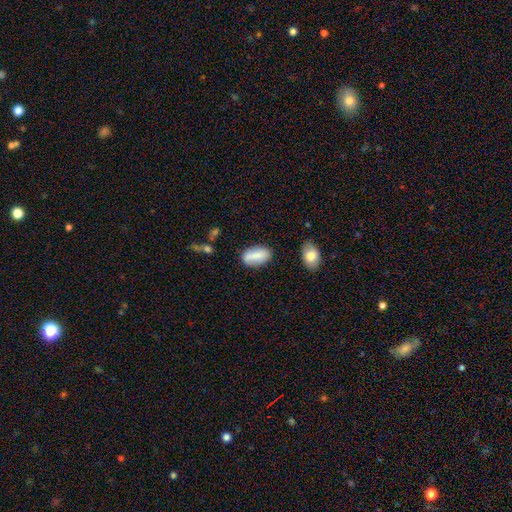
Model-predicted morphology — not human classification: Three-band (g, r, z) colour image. It shows a smooth galaxy with no disk features (78%) that is in between round and cigar-shaped (91%). Merging: none (74%).